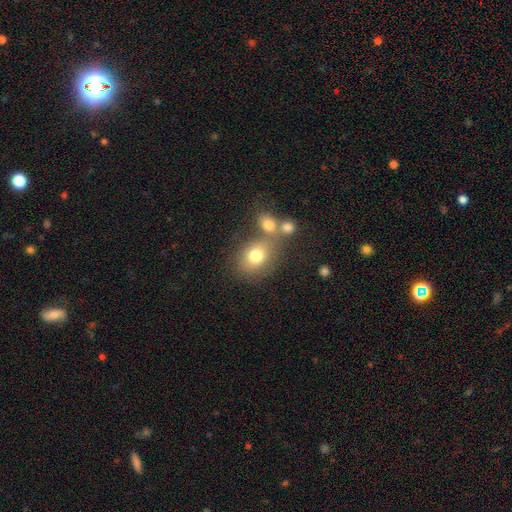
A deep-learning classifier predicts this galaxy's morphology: Smooth or featured? smooth (75%)
How rounded? in between (49%, tied with round)
Merging? none (54%)